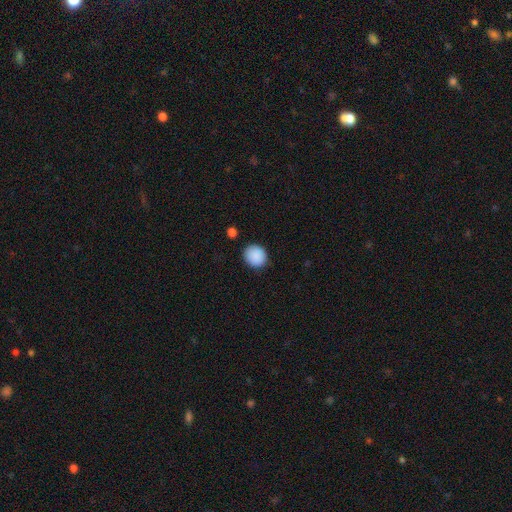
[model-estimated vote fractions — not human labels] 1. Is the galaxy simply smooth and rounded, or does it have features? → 90% smooth, 7% star or artifact, 3% featured or disk.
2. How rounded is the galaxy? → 84% round, 15% in between, 1% cigar-shaped.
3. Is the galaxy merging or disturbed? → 88% none, 8% minor disturbance, 2% major disturbance, 2% merger.